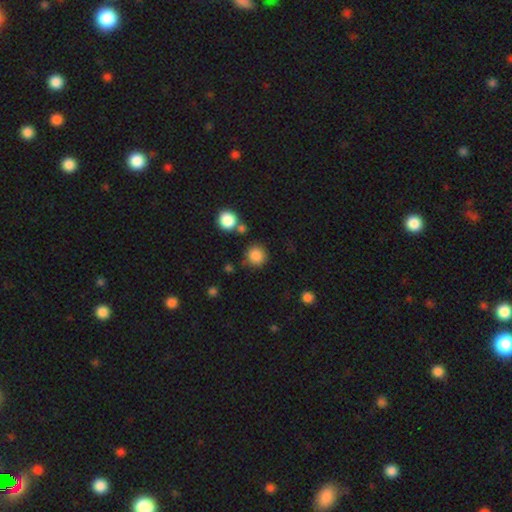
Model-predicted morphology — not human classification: A smooth galaxy with no disk features (86%) that is round (93%). Merging: none (79%).